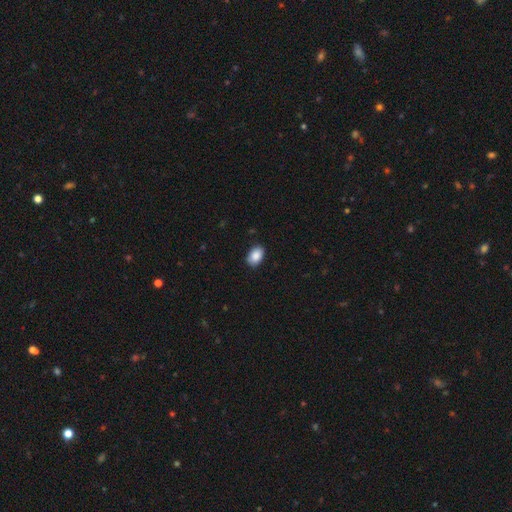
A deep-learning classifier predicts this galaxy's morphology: This is clearly a smooth galaxy (89%). How rounded: clearly in between (88%). Merging: clearly none (86%).